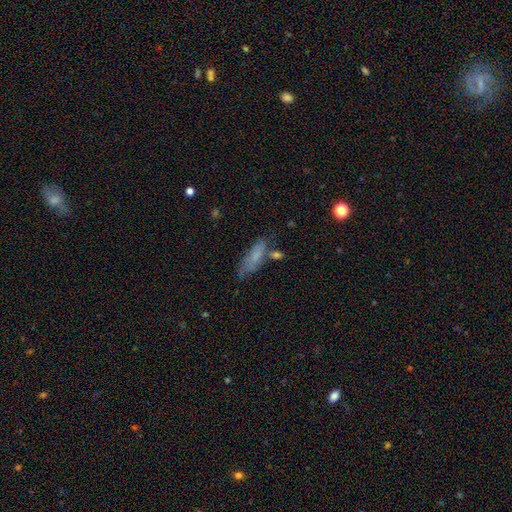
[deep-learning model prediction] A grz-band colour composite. It shows a smooth galaxy with no disk features (73%) that is in between round and cigar-shaped (52%). Merging: none (55%).